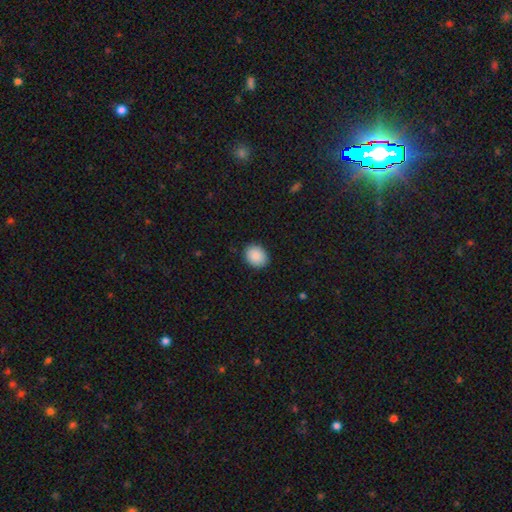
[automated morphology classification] type=smooth (89%); roundness=round (50%); merging=none (88%).